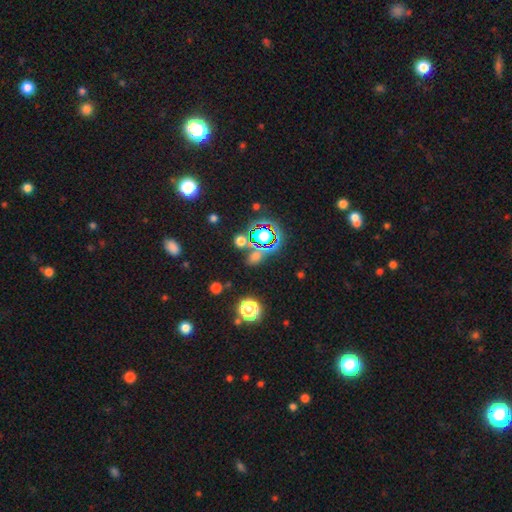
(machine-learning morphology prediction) Smooth or featured: smooth — 47% (star or artifact — 44%)
Merging: none — 70% (merger — 13%)